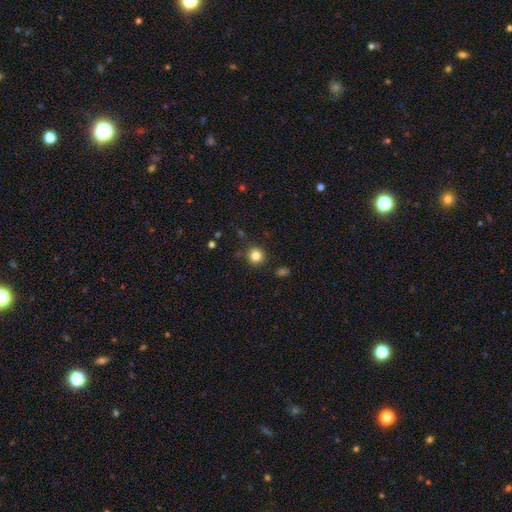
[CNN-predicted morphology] Smooth or featured: smooth — 83% (star or artifact — 12%)
How rounded: round — 94% (in between — 5%)
Merging: none — 89% (minor disturbance — 7%)